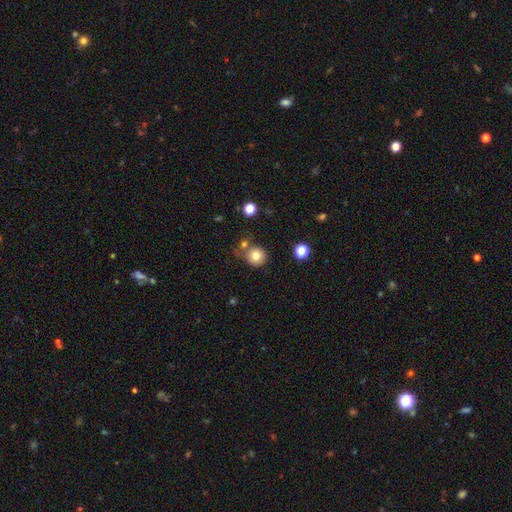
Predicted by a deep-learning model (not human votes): Smooth or featured? Predicted: smooth (p=0.79). How rounded? Predicted: round (p=0.91). Merging? Predicted: none (p=0.70).